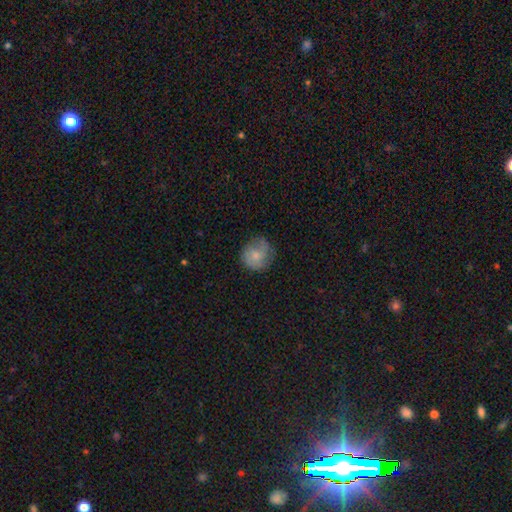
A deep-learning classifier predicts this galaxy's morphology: Smooth or featured? Predicted: smooth (p=0.58). How rounded? Predicted: round (p=0.86). Merging? Predicted: none (p=0.64).